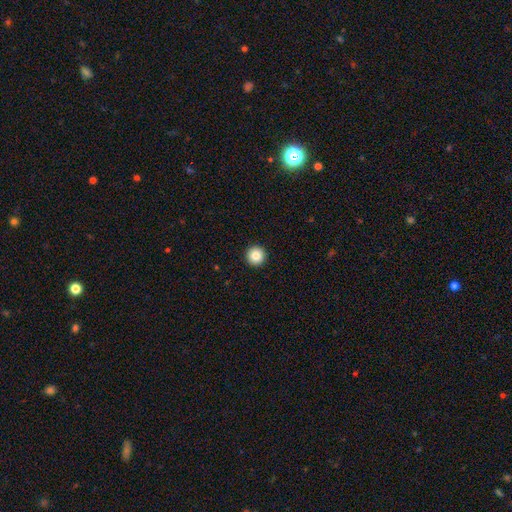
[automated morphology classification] This is clearly a smooth galaxy (84%). How rounded: clearly round (97%). Merging: clearly none (94%).